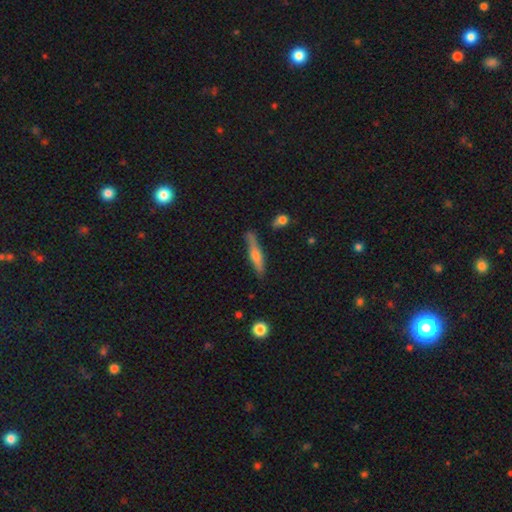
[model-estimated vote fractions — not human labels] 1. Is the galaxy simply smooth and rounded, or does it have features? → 47% smooth, 46% featured or disk, 7% star or artifact.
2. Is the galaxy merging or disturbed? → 77% none, 15% minor disturbance, 4% merger, 4% major disturbance.